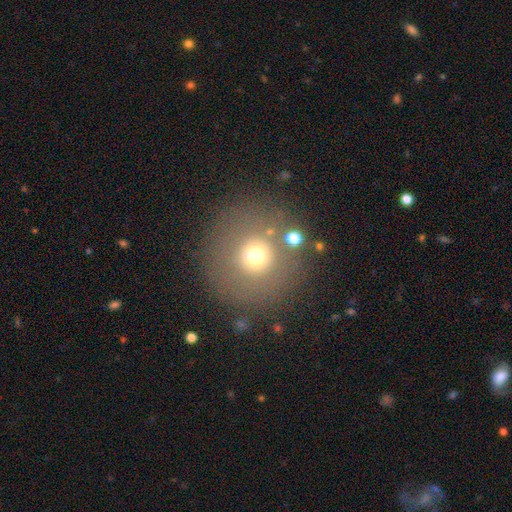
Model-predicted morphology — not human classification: Smooth or featured: smooth — 66% (star or artifact — 18%)
How rounded: round — 93% (in between — 6%)
Merging: none — 78% (minor disturbance — 10%)